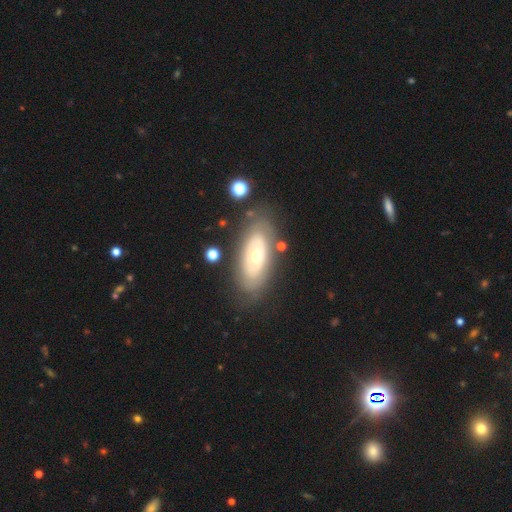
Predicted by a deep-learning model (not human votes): This appears to be a featured or disk galaxy (59%) with no bar (90%), no spiral arms (75%) and a moderate central bulge (51%). Merging: none (77%).